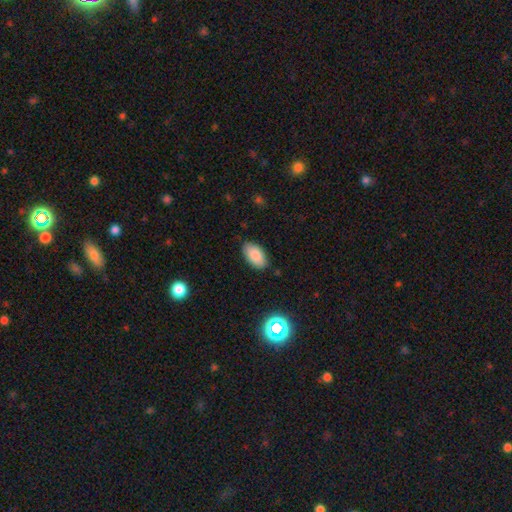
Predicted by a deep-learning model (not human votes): Smooth or featured?
  - smooth: 87% *
  - star or artifact: 8%
  - featured or disk: 6%
How rounded?
  - in between: 95% *
  - round: 3%
  - cigar-shaped: 2%
Merging?
  - none: 84% *
  - minor disturbance: 12%
  - major disturbance: 2%
  - merger: 1%